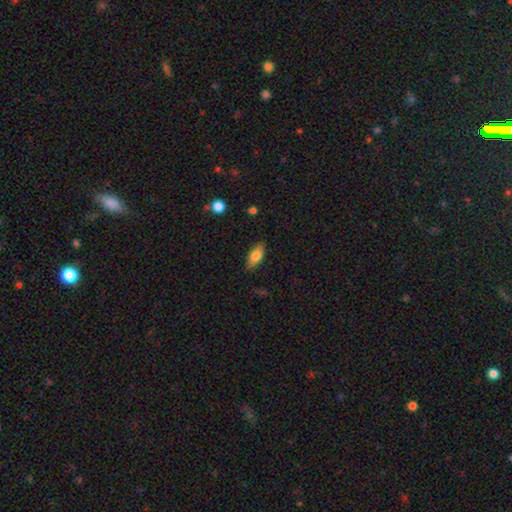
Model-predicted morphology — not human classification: type=smooth (78%); roundness=in between (85%); merging=none (84%).